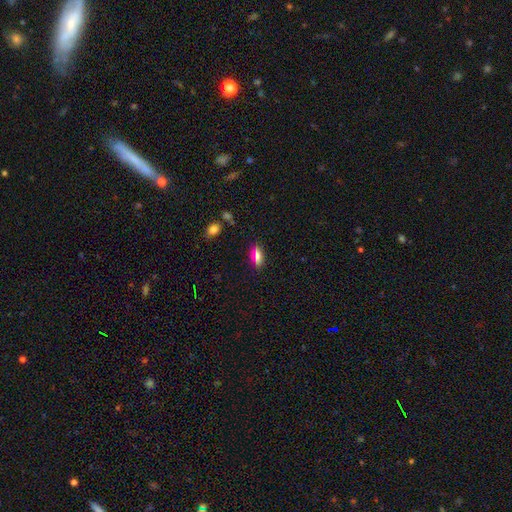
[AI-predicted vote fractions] Smooth or featured? smooth (66%)
How rounded? in between (71%)
Merging? none (86%)